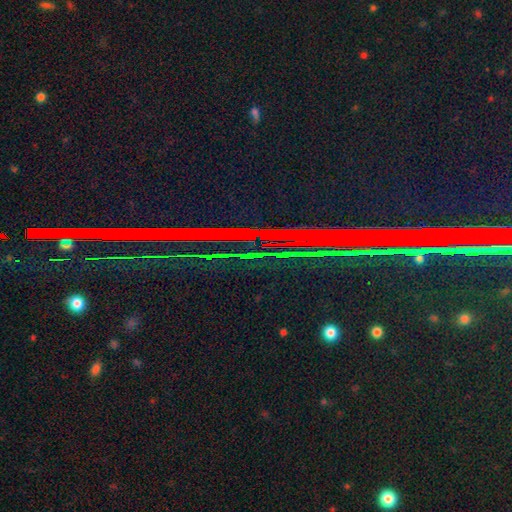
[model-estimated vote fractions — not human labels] Smooth or featured?
  - star or artifact: 84% *
  - featured or disk: 9%
  - smooth: 7%